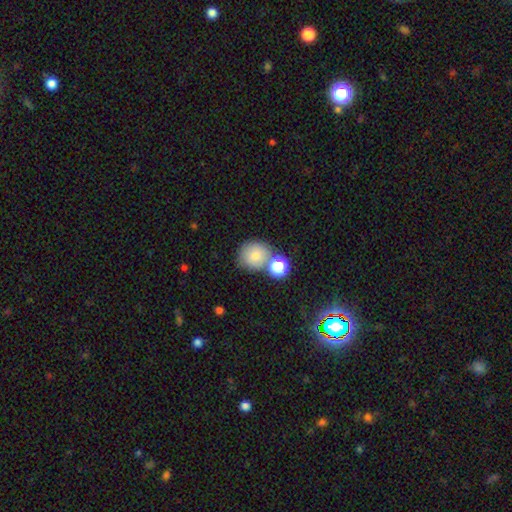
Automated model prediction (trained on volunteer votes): This appears to be a smooth galaxy with no disk features (77%) that is round (85%). Merging: none (59%).